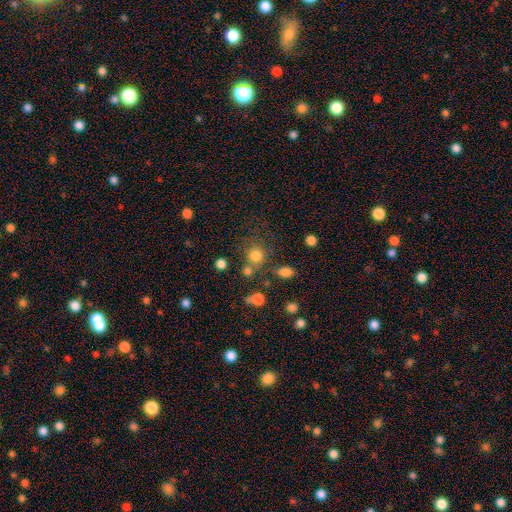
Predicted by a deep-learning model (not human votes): Smooth or featured: smooth — 78% (star or artifact — 15%)
How rounded: round — 84% (in between — 15%)
Merging: none — 64% (merger — 17%)